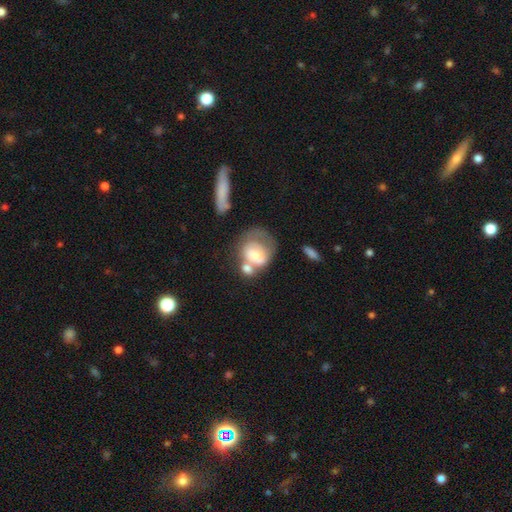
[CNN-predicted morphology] Q: Smooth or featured?
A: smooth (50%); runner-up: featured or disk (43%)
Q: How rounded?
A: round (54%); runner-up: in between (45%)
Q: Merging?
A: merger (47%); runner-up: major disturbance (21%)